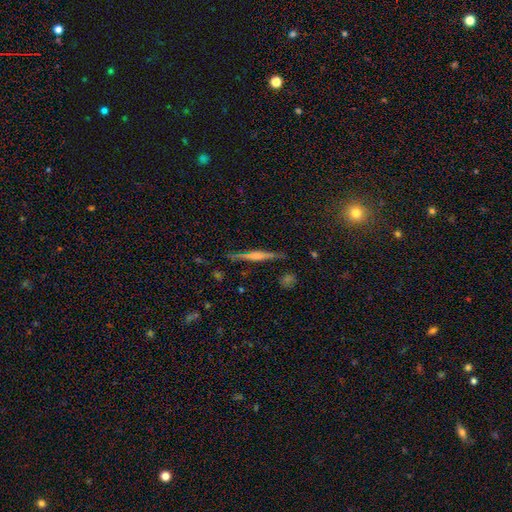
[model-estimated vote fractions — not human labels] This is likely a featured or disk galaxy (70%). It is clearly viewed edge-on (97%). Edge-on bulge: possibly rounded (51%). Merging: clearly none (87%).